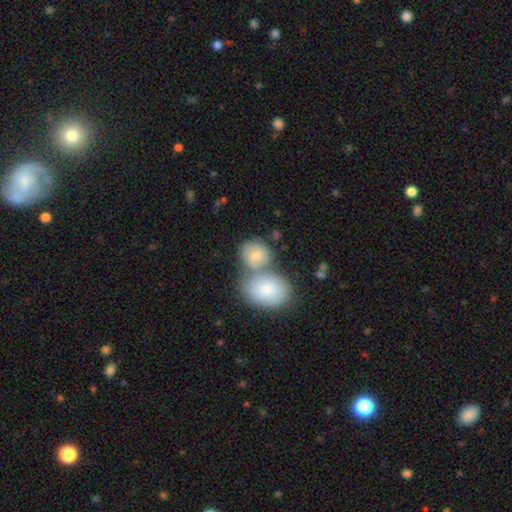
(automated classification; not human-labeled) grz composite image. It shows a smooth galaxy with no disk features (68%) that is round (66%). Merging: merger (48%).